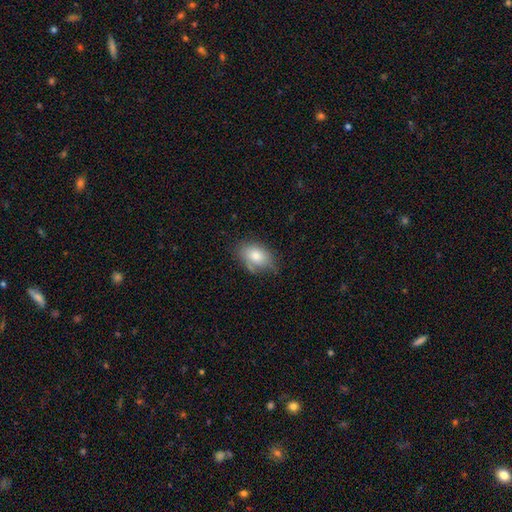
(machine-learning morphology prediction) Smooth or featured? Predicted: smooth (p=0.77). How rounded? Predicted: in between (p=0.82). Merging? Predicted: none (p=0.61).